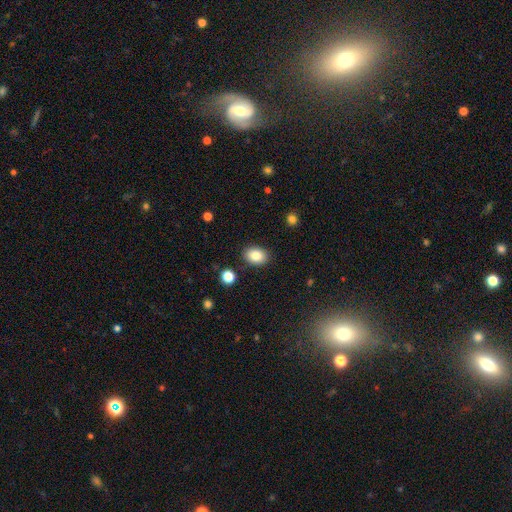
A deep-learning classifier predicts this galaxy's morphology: Smooth or featured?
  - smooth: 85% *
  - star or artifact: 9%
  - featured or disk: 7%
How rounded?
  - in between: 72% *
  - round: 27%
  - cigar-shaped: 1%
Merging?
  - none: 88% *
  - minor disturbance: 8%
  - major disturbance: 2%
  - merger: 2%